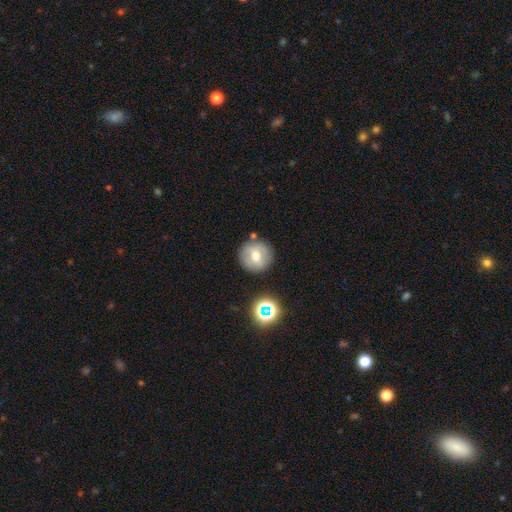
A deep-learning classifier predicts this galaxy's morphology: type=smooth (58%); roundness=round (93%); merging=none (81%).